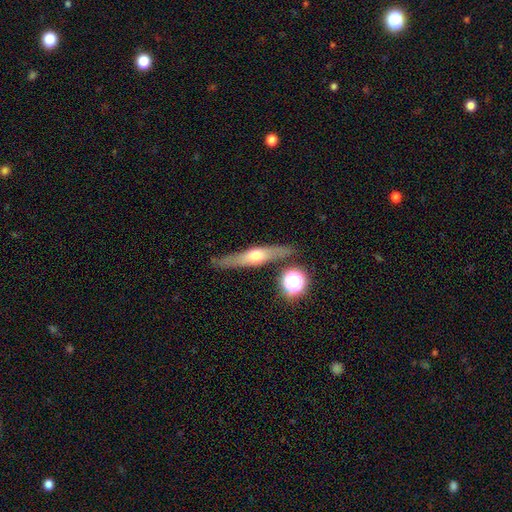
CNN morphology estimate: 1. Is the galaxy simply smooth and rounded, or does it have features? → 64% featured or disk, 28% smooth, 8% star or artifact.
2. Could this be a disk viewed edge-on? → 92% yes, 8% no.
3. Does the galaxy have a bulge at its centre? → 92% rounded, 5% boxy, 4% none.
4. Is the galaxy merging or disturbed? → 83% none, 10% minor disturbance, 4% merger, 3% major disturbance.